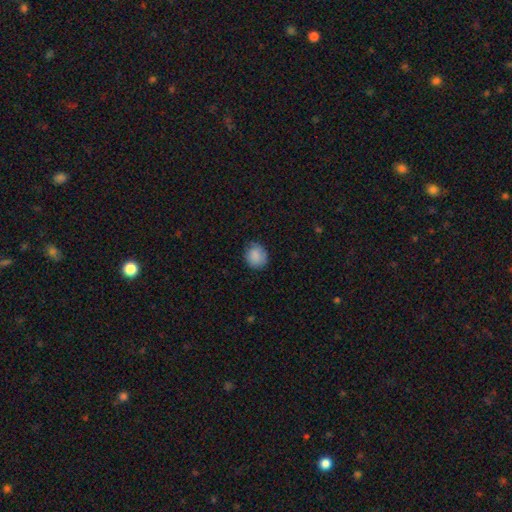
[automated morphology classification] type=smooth (87%); roundness=round (77%); merging=none (81%).